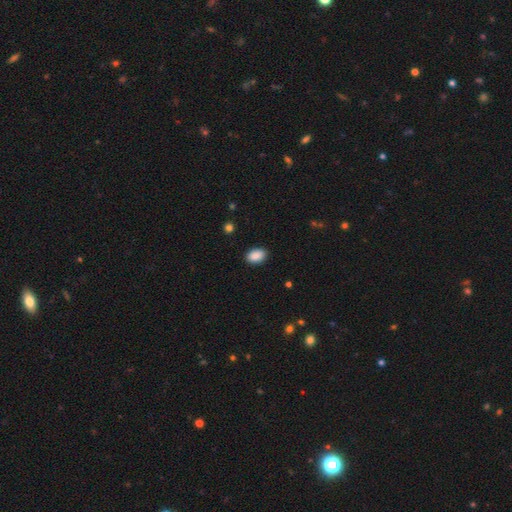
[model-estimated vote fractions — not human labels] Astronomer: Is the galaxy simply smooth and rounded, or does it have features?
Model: smooth — 90%.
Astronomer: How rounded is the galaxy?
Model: in between — 90%.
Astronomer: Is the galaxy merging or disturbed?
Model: none — 89%.